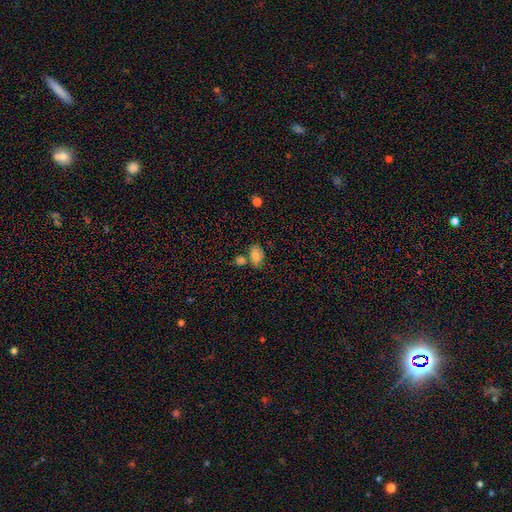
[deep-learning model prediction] Morphology: type=smooth (75%); roundness=in between (83%); merging=none (55%).